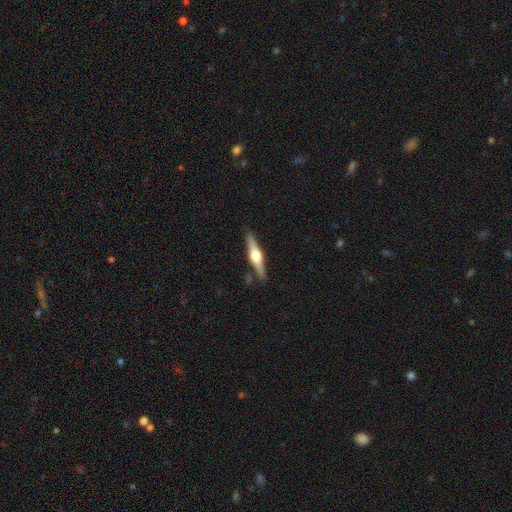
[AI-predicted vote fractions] smooth-or-featured: featured or disk: 73% | smooth: 22% | star or artifact: 5%
  disk-edge-on: yes: 98% | no: 2%
    edge-on-bulge: rounded: 95% | boxy: 4% | none: 2%
  merging: none: 89% | minor disturbance: 8% | merger: 2% | major disturbance: 2%